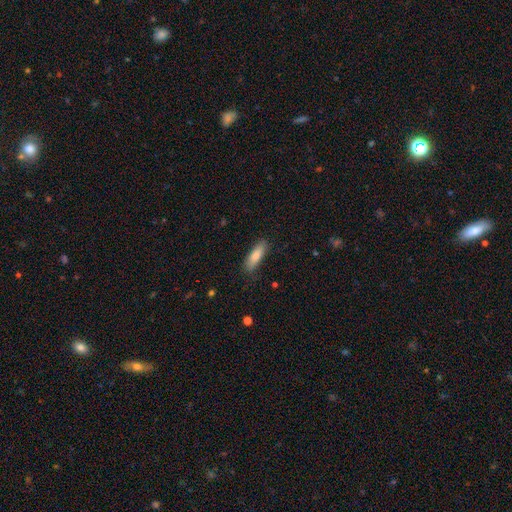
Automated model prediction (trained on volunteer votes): smooth-or-featured: smooth: 83% | featured or disk: 10% | star or artifact: 6%
  how-rounded: in between: 50% | cigar-shaped: 49% | round: 2%
  merging: none: 82% | minor disturbance: 14% | major disturbance: 3% | merger: 1%